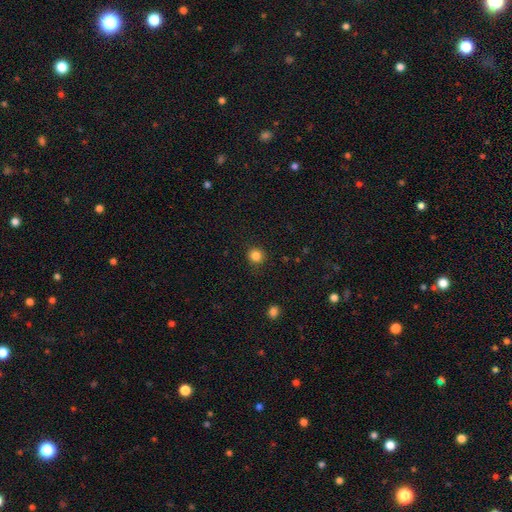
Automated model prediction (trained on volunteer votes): smooth-or-featured: smooth: 84% | star or artifact: 12% | featured or disk: 4%
  how-rounded: round: 91% | in between: 8% | cigar-shaped: 1%
  merging: none: 89% | minor disturbance: 7% | major disturbance: 2% | merger: 1%